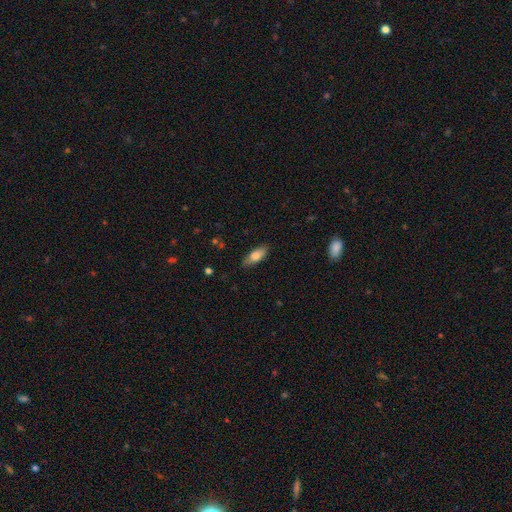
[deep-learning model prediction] A smooth galaxy with no disk features (73%) that is in between round and cigar-shaped (71%). Merging: none (84%).